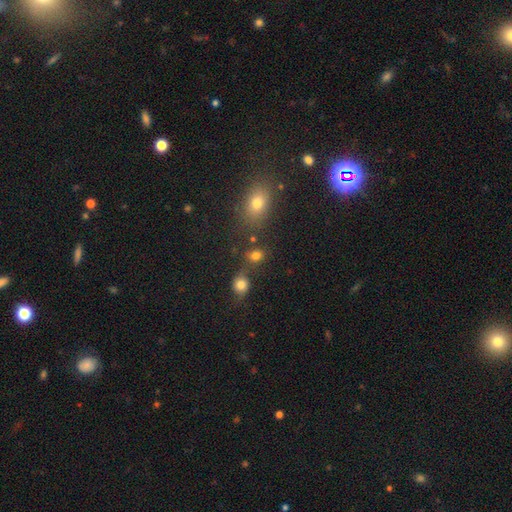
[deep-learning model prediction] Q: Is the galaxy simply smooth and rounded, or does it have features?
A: smooth — 79%.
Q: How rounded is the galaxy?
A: round — 60%.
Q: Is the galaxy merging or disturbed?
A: none — 63%.